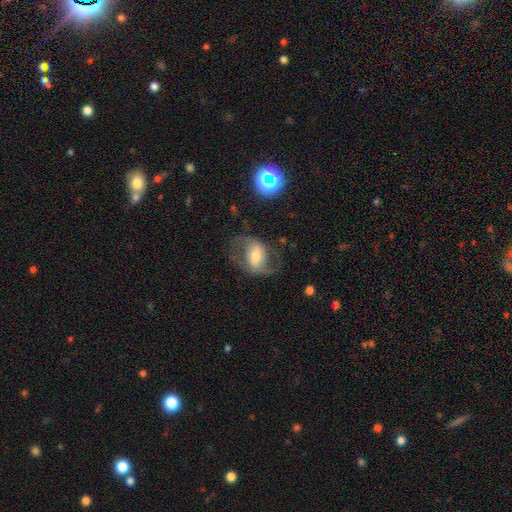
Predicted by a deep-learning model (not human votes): Smooth or featured? featured or disk (68%)
Edge-on disk? no (96%)
Bar? weak (40%)
Spiral arms? yes (84%)
Spiral winding? medium (47%)
Spiral arm count? 2 (87%)
Bulge size? moderate (52%)
Merging? none (66%)